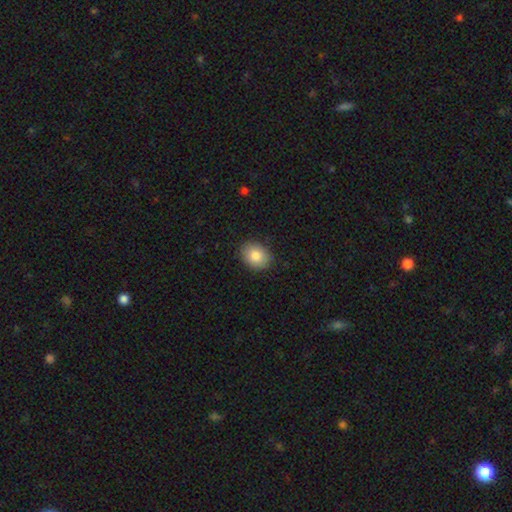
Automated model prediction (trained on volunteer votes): Smooth or featured: smooth — 85% (star or artifact — 8%)
How rounded: in between — 60% (round — 39%)
Merging: none — 87% (minor disturbance — 9%)